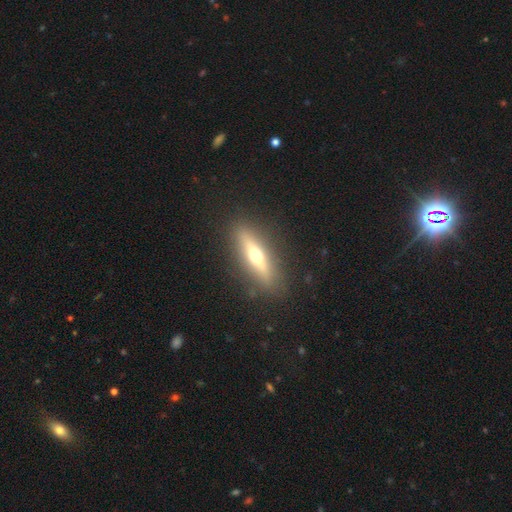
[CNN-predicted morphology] The model was most divided on "smooth or featured": featured or disk: 59%, smooth: 34%, star or artifact: 7%. More confident: edge-on bulge — rounded (94%); edge-on disk — yes (89%); merging — none (88%).